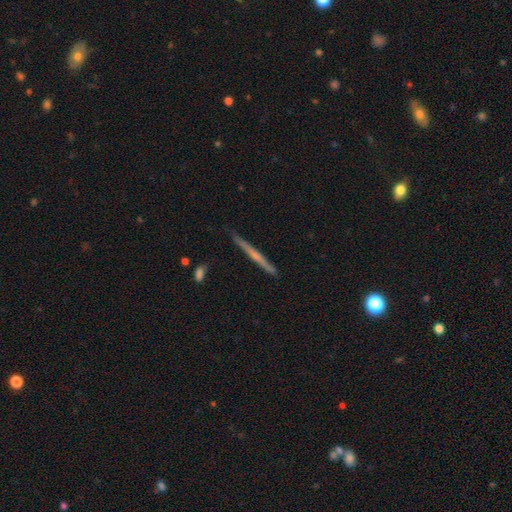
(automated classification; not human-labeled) The model was most divided on "smooth or featured": featured or disk: 55%, smooth: 39%, star or artifact: 6%. More confident: edge-on disk — yes (97%); merging — none (88%); edge-on bulge — none (73%).